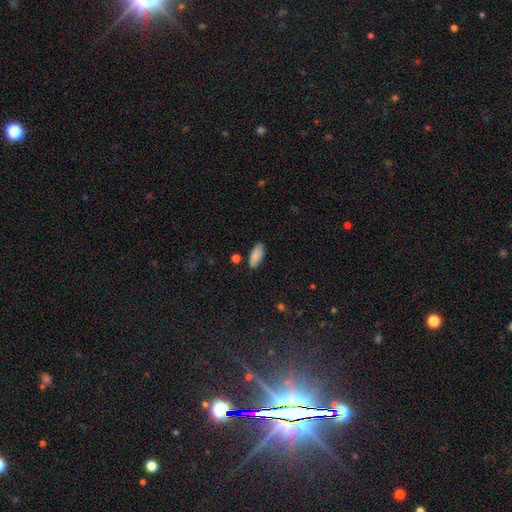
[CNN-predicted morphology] Q: Smooth or featured?
A: smooth (86%); runner-up: featured or disk (8%)
Q: How rounded?
A: in between (82%); runner-up: cigar-shaped (16%)
Q: Merging?
A: none (82%); runner-up: minor disturbance (13%)